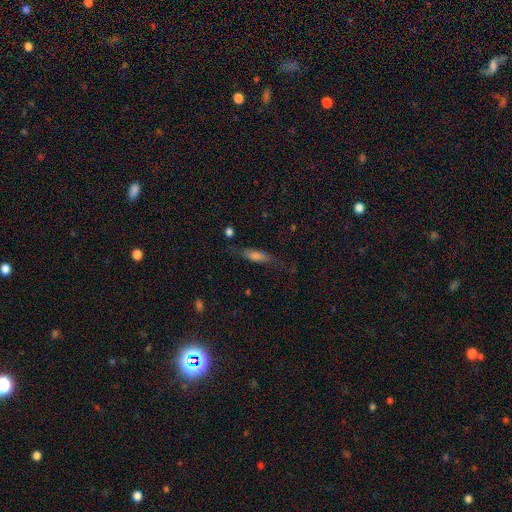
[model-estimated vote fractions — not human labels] The model was most divided on "how rounded": cigar-shaped: 62%, in between: 35%, round: 3%. More confident: merging — none (65%); smooth or featured — smooth (58%).